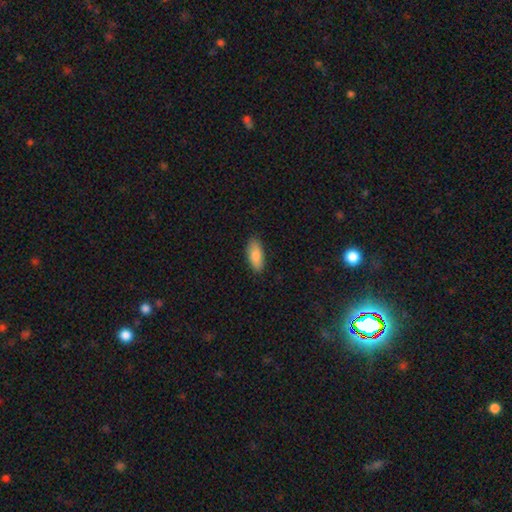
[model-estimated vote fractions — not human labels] Smooth or featured?
  - smooth: 86% *
  - featured or disk: 8%
  - star or artifact: 6%
How rounded?
  - in between: 83% *
  - cigar-shaped: 15%
  - round: 2%
Merging?
  - none: 86% *
  - minor disturbance: 10%
  - major disturbance: 2%
  - merger: 1%